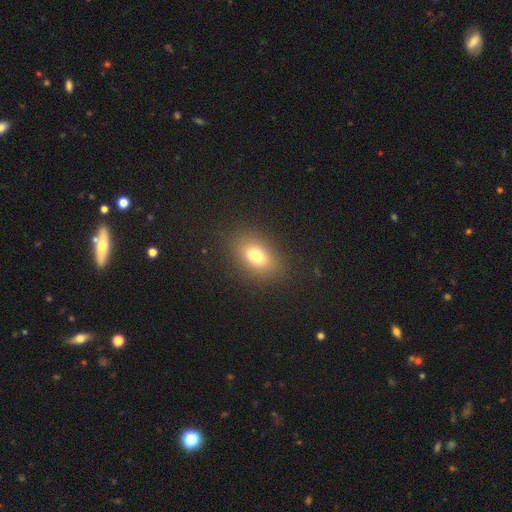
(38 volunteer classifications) Smooth or featured? smooth (84%)
How rounded? in between (91%)
Merging? none (83%)